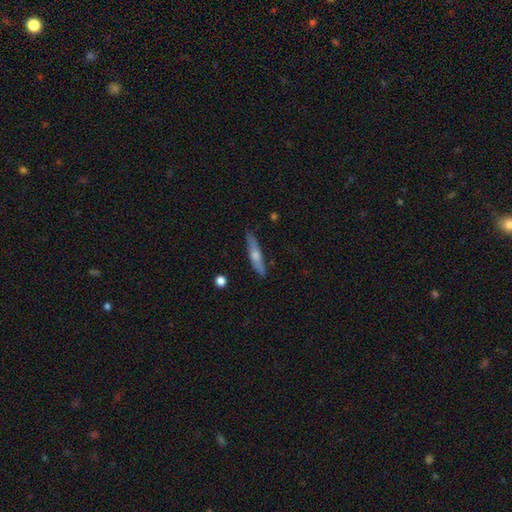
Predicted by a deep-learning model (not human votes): Q: Smooth or featured?
A: smooth (50%); runner-up: featured or disk (44%)
Q: Merging?
A: none (85%); runner-up: minor disturbance (11%)